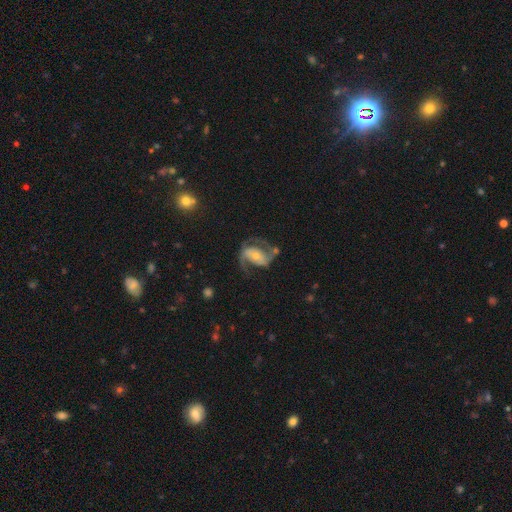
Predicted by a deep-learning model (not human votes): The model was most divided on "bar": no: 40%, weak: 34%, strong: 26%. Remaining: edge-on disk — no (97%); spiral arms — yes (96%); spiral arm count — 2 (91%); smooth or featured — featured or disk (87%); merging — none (64%); spiral winding — medium (54%); bulge size — small (49%).